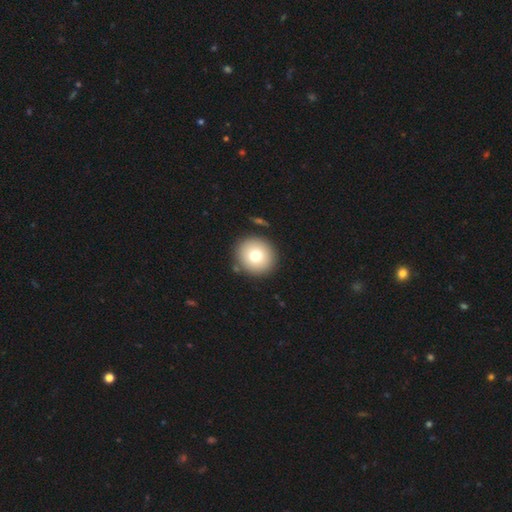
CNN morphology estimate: This is likely a smooth galaxy (74%). How rounded: clearly round (92%). Merging: clearly none (88%).